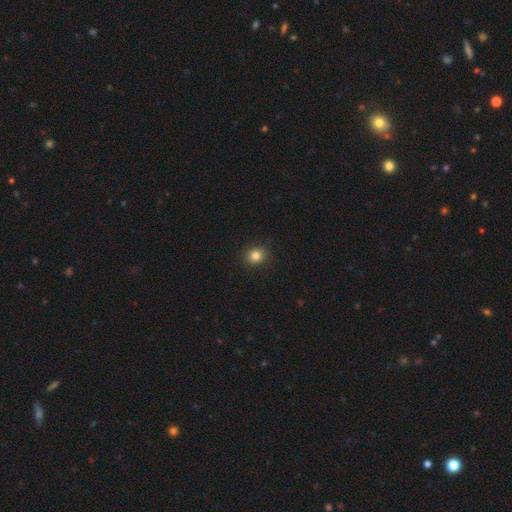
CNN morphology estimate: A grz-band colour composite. It shows a smooth galaxy with no disk features (83%) that is round (80%). Merging: none (90%).